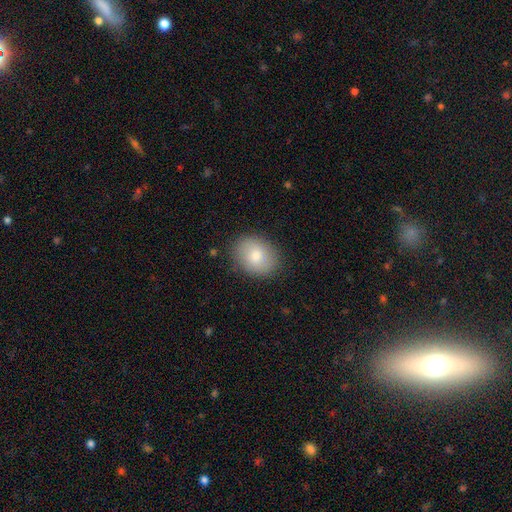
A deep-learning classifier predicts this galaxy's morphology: Smooth or featured? smooth (80%)
How rounded? in between (58%)
Merging? none (85%)